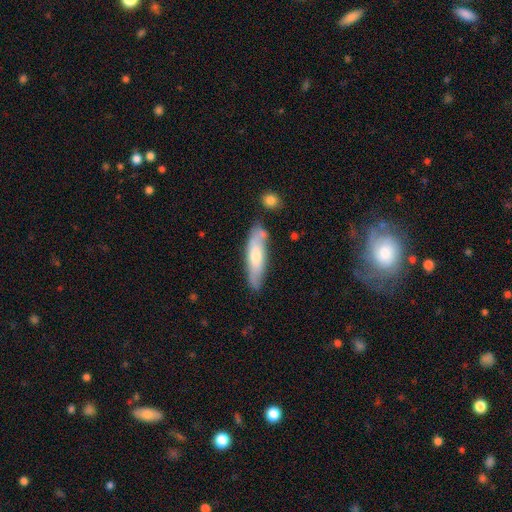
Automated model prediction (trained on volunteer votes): A smooth galaxy with no disk features (56%) that is cigar-shaped (67%).

Vote fractions:
- Smooth or featured? smooth: 56% / featured or disk: 38% / star or artifact: 6%
- How rounded? cigar-shaped: 67% / in between: 32% / round: 2%
- Merging? none: 74% / minor disturbance: 16% / merger: 7% / major disturbance: 3%